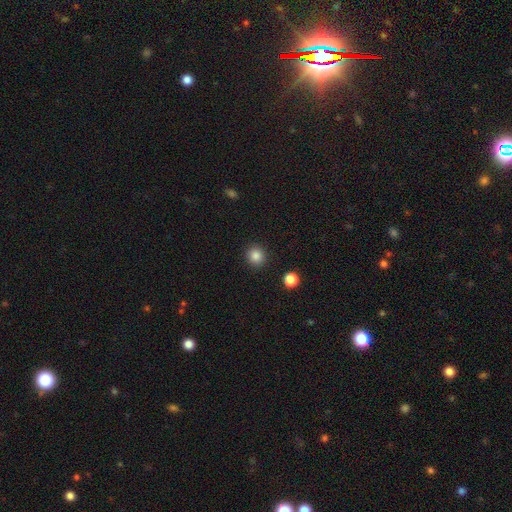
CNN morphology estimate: smooth_or_featured: smooth (p=0.85) [alt: star or artifact p=0.11]
how_rounded: round (p=0.90) [alt: in between p=0.09]
merging: none (p=0.91) [alt: minor disturbance p=0.06]